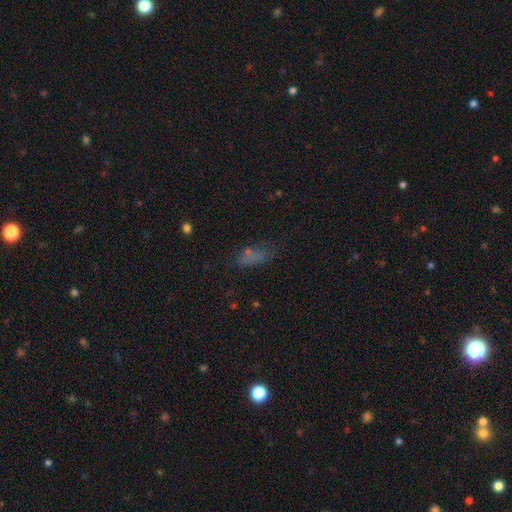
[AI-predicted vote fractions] A smooth galaxy with no disk features (56%) that is in between round and cigar-shaped (71%). Merging: none (57%).